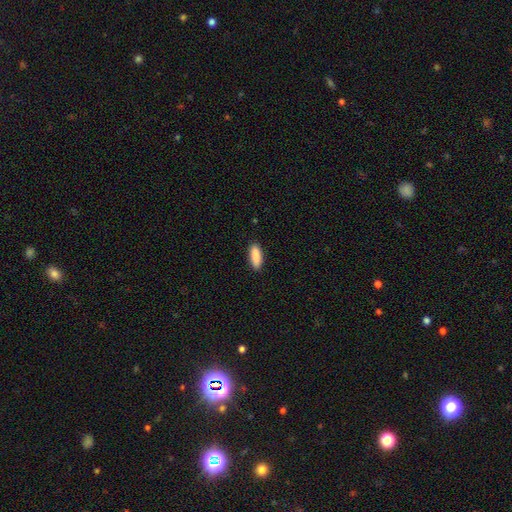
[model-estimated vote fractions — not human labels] This appears to be a smooth galaxy with no disk features (90%) that is in between round and cigar-shaped (66%). Merging: none (89%).